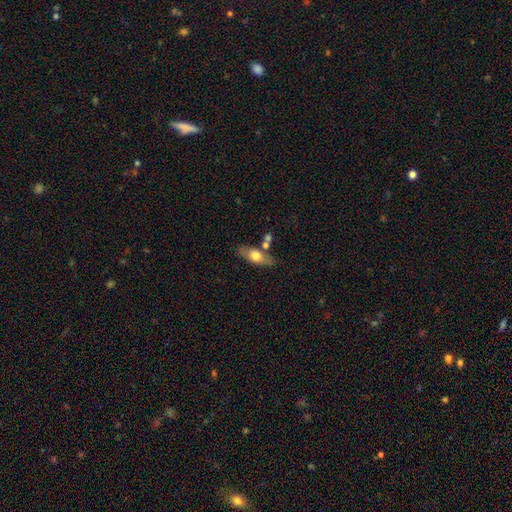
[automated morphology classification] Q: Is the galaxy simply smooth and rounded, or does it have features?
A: smooth — 58%.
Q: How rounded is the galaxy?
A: in between — 71%.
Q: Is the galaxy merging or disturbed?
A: none — 69%.